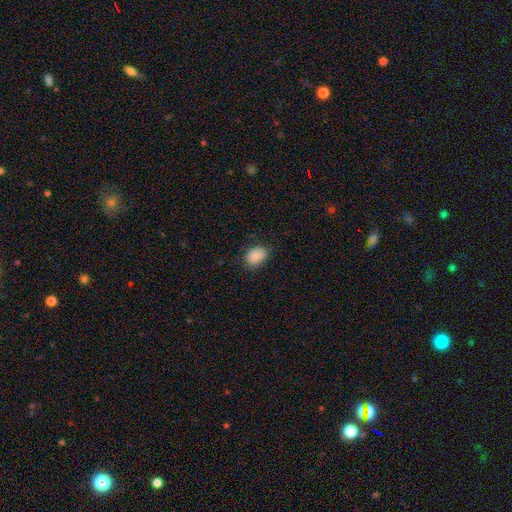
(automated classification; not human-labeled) Morphology: type=smooth (86%); roundness=in between (67%); merging=none (76%).